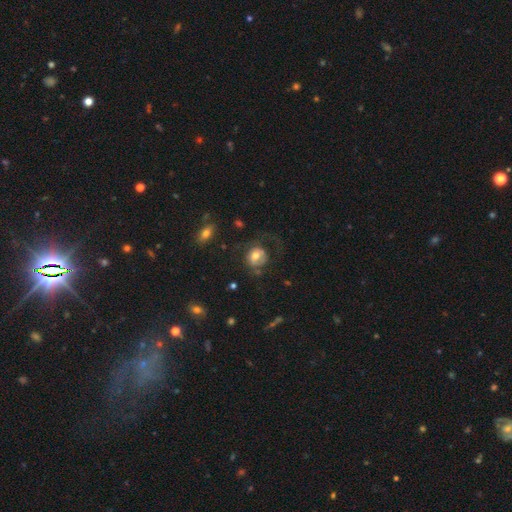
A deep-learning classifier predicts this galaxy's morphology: smooth_or_featured: smooth (p=0.60) [alt: featured or disk p=0.31]
how_rounded: round (p=0.73) [alt: in between p=0.26]
merging: none (p=0.43) [alt: major disturbance p=0.33]